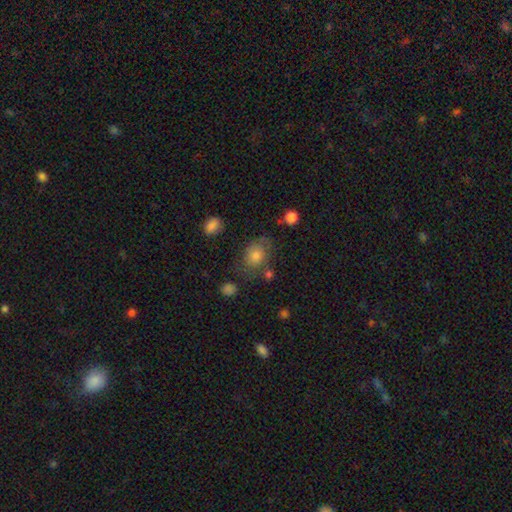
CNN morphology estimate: The model was most divided on "how rounded": in between: 56%, round: 43%, cigar-shaped: 1%. More confident: smooth or featured — smooth (74%); merging — none (59%).